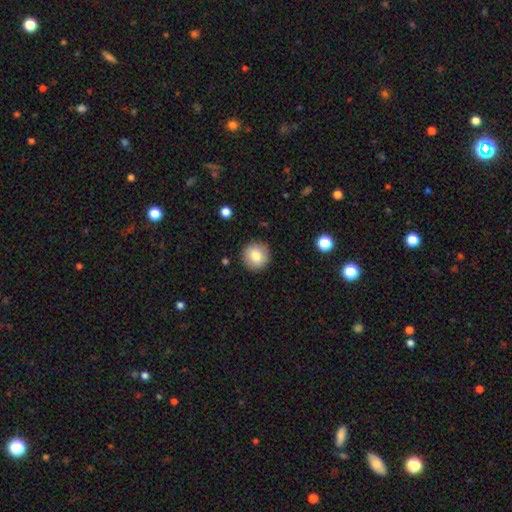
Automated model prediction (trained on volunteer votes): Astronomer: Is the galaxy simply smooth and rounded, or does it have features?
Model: smooth — 79%.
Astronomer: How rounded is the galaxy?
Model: round — 95%.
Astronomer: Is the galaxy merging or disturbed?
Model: none — 90%.